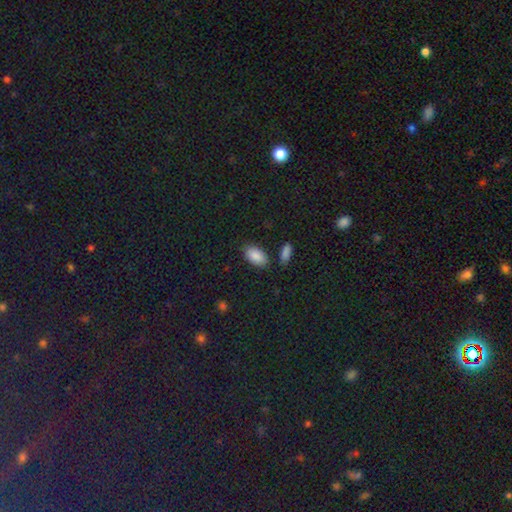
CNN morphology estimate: Smooth or featured: smooth — 88% (star or artifact — 7%)
How rounded: in between — 94% (round — 4%)
Merging: none — 80% (minor disturbance — 12%)